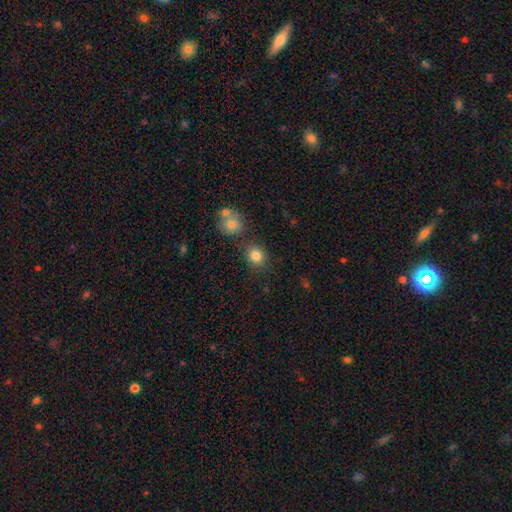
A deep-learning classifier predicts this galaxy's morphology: smooth-or-featured: smooth: 83% | star or artifact: 11% | featured or disk: 6%
  how-rounded: round: 74% | in between: 25% | cigar-shaped: 1%
  merging: none: 76% | minor disturbance: 11% | merger: 9% | major disturbance: 4%